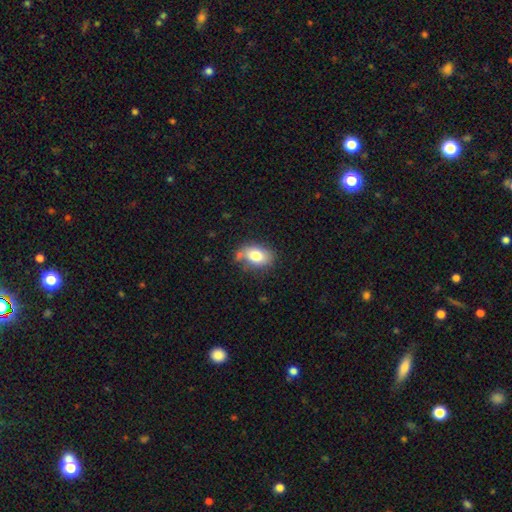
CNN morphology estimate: A smooth galaxy with no disk features (80%) that is in between round and cigar-shaped (83%).

Vote fractions:
- Smooth or featured? smooth: 80% / featured or disk: 12% / star or artifact: 8%
- How rounded? in between: 83% / round: 15% / cigar-shaped: 1%
- Merging? none: 68% / minor disturbance: 20% / merger: 7% / major disturbance: 5%